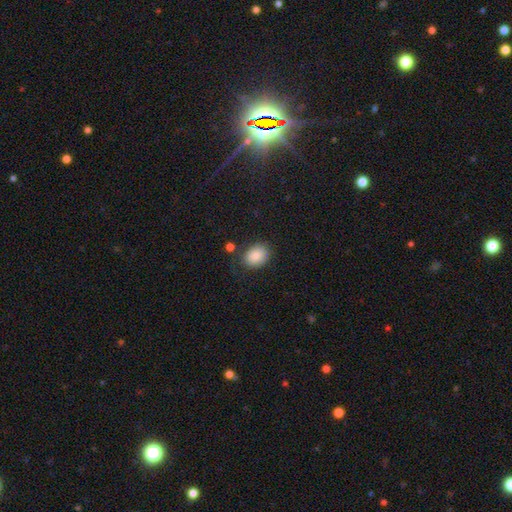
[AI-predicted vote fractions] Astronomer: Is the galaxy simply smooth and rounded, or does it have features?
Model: smooth — 85%.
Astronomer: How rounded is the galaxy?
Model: in between — 60% (runner-up: round, 39%).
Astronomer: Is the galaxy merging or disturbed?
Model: none — 77%.